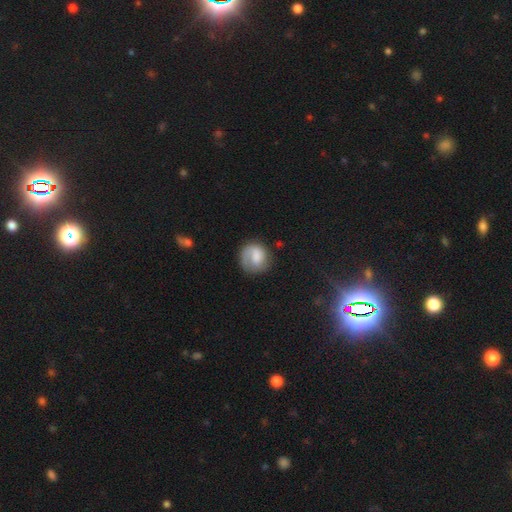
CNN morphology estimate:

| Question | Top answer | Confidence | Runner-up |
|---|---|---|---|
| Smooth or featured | smooth | 59% | featured or disk (34%) |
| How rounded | round | 82% | in between (17%) |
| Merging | none | 65% | minor disturbance (19%) |